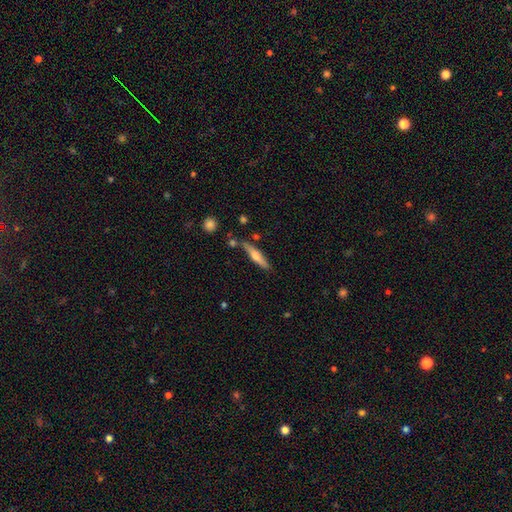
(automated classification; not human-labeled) smooth_or_featured: featured or disk (p=0.50) [alt: smooth p=0.44]
disk_edge_on: yes (p=0.93) [alt: no p=0.07]
merging: none (p=0.78) [alt: minor disturbance p=0.13]